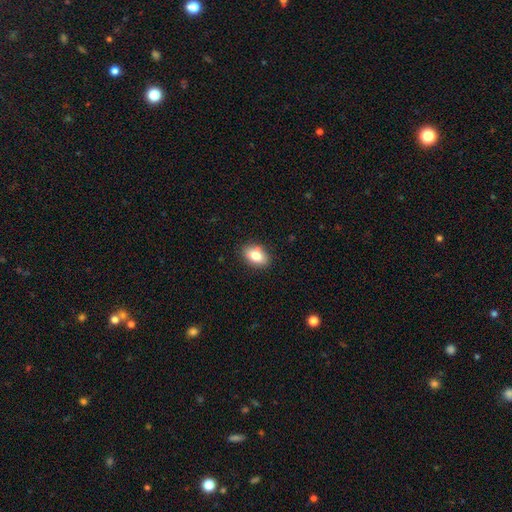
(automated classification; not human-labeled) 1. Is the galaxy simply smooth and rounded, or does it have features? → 79% smooth, 12% featured or disk, 9% star or artifact.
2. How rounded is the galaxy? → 84% in between, 14% round, 2% cigar-shaped.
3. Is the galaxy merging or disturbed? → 82% none, 12% minor disturbance, 3% merger, 2% major disturbance.